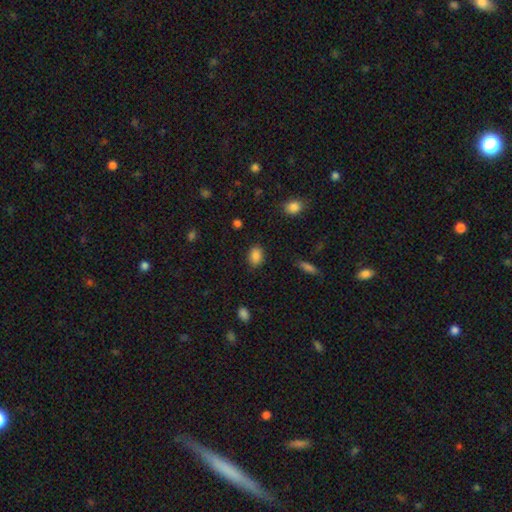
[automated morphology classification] Q: Smooth or featured?
A: smooth (87%); runner-up: star or artifact (9%)
Q: How rounded?
A: in between (78%); runner-up: round (21%)
Q: Merging?
A: none (85%); runner-up: minor disturbance (10%)